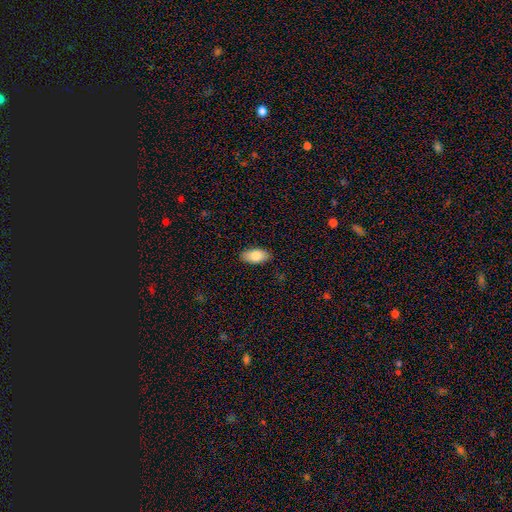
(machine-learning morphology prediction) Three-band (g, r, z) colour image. It shows a smooth galaxy with no disk features (83%) that is in between round and cigar-shaped (93%). Merging: none (87%).